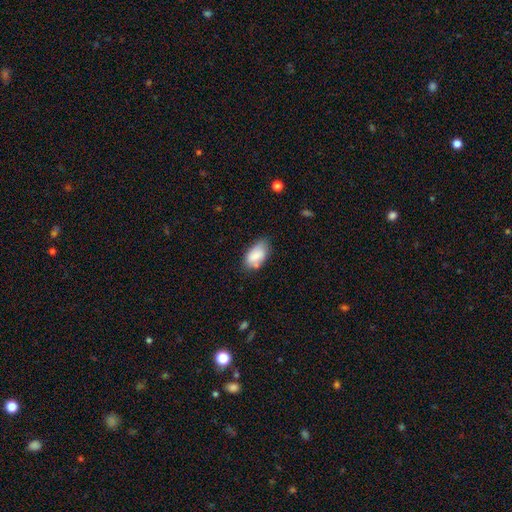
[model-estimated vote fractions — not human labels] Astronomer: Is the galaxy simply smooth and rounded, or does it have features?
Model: smooth — 82%.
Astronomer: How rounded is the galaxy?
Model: in between — 93%.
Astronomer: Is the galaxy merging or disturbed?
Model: none — 60%.